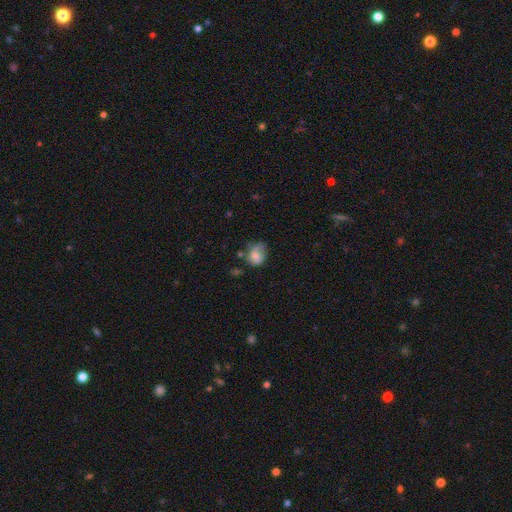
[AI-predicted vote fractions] smooth-or-featured: smooth: 66% | featured or disk: 24% | star or artifact: 10%
  how-rounded: in between: 61% | round: 38% | cigar-shaped: 1%
  merging: none: 33% (tied) | minor disturbance: 33% (tied) | major disturbance: 26% | merger: 8%